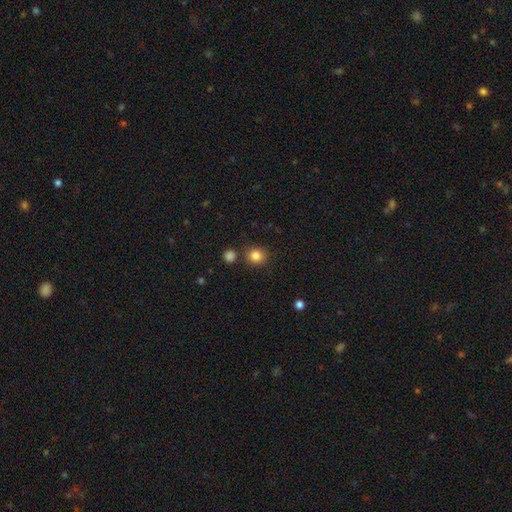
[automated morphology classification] This is clearly a smooth galaxy (84%). How rounded: clearly round (87%). Merging: clearly none (82%).